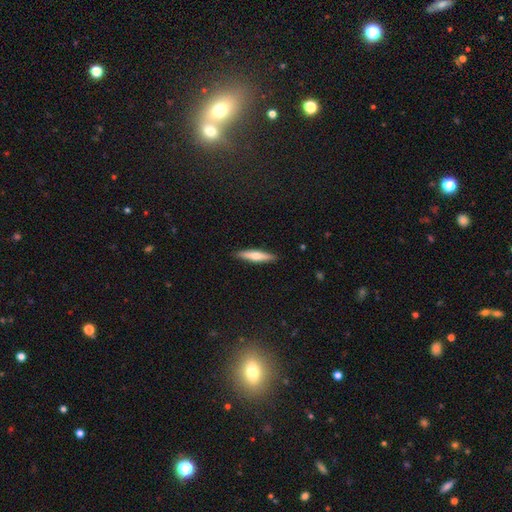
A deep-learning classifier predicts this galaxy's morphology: Smooth or featured: smooth — 57% (featured or disk — 38%)
How rounded: cigar-shaped — 85% (in between — 14%)
Merging: none — 90% (minor disturbance — 8%)